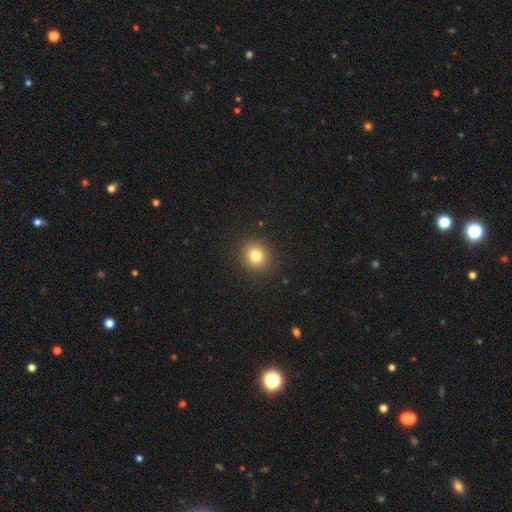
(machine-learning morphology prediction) A smooth galaxy with no disk features (81%) that is round (82%).

Vote fractions:
- Smooth or featured? smooth: 81% / star or artifact: 12% / featured or disk: 7%
- How rounded? round: 82% / in between: 17% / cigar-shaped: 1%
- Merging? none: 90% / minor disturbance: 6% / major disturbance: 2% / merger: 1%